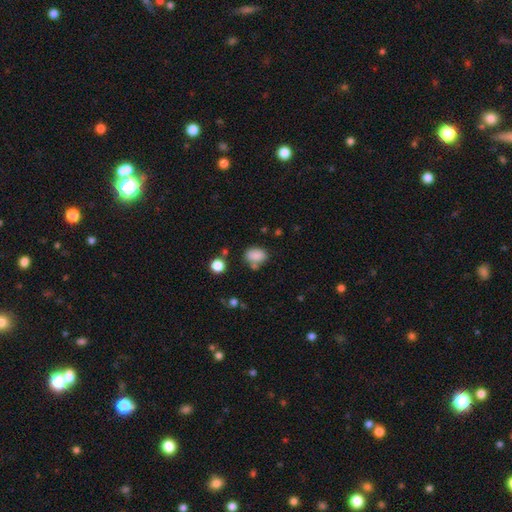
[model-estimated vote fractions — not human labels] Smooth or featured?
  - smooth: 84% *
  - star or artifact: 10%
  - featured or disk: 6%
How rounded?
  - in between: 75% *
  - round: 23%
  - cigar-shaped: 1%
Merging?
  - none: 62% *
  - minor disturbance: 18%
  - merger: 14%
  - major disturbance: 6%